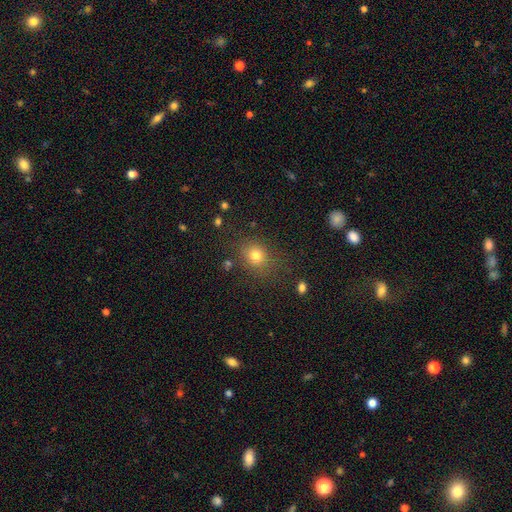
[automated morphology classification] This appears to be a smooth galaxy with no disk features (77%) that is round (64%). Merging: none (77%).